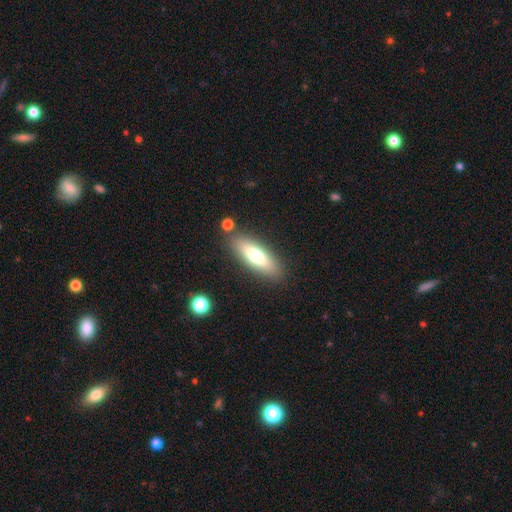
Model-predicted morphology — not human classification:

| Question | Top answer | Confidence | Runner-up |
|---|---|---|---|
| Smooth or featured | smooth | 69% | featured or disk (24%) |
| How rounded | in between | 53% | cigar-shaped (45%) |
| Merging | none | 83% | minor disturbance (10%) |